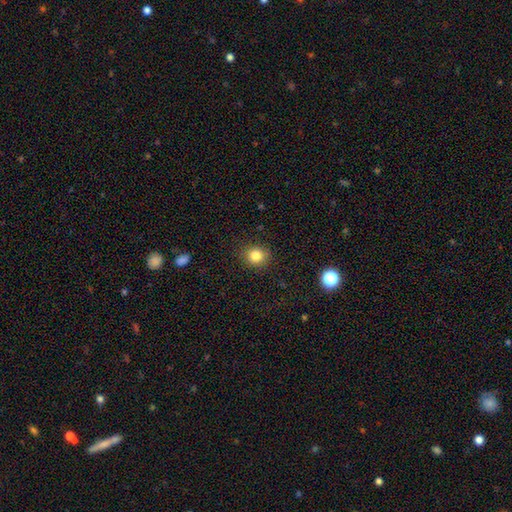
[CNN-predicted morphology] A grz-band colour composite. It shows a smooth galaxy with no disk features (83%) that is round (84%). Merging: none (89%).